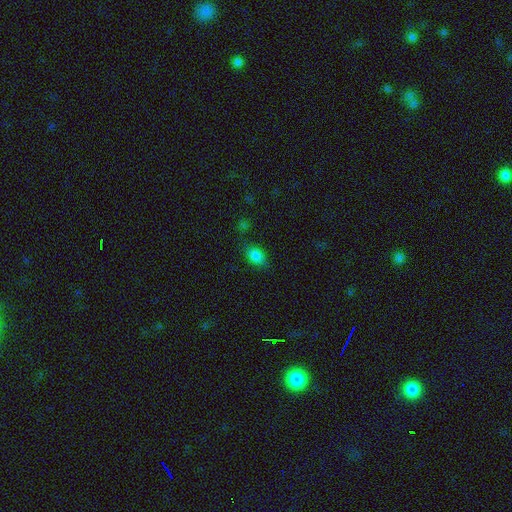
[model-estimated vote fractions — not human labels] Morphology: type=smooth (82%); roundness=in between (71%); merging=none (74%).